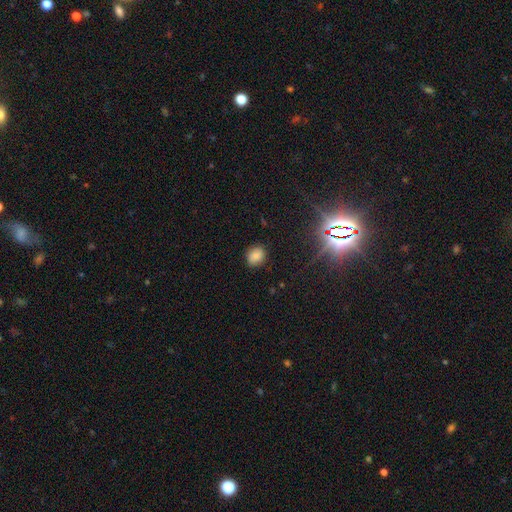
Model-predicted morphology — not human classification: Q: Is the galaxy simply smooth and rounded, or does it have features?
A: smooth — 80%.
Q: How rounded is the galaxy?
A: round — 58%.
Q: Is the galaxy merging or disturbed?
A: none — 85%.